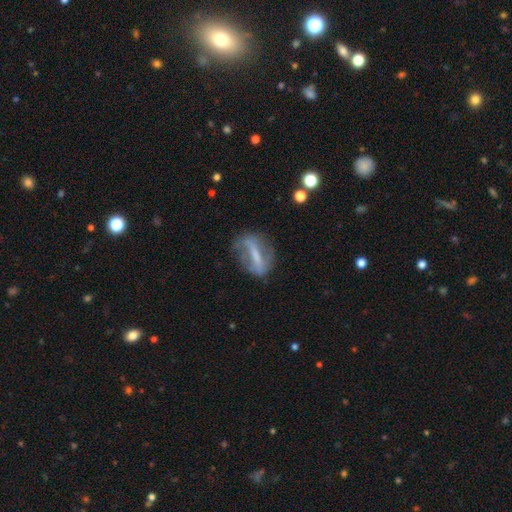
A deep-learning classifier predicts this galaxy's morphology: smooth_or_featured: featured or disk (p=0.64) [alt: smooth p=0.26]
disk_edge_on: no (p=0.82) [alt: yes p=0.18]
bar: strong (p=0.67) [alt: weak p=0.21]
has_spiral_arms: yes (p=0.51) [alt: no p=0.49]
bulge_size: small (p=0.36) [alt: none p=0.35]
merging: none (p=0.62) [alt: minor disturbance p=0.21]